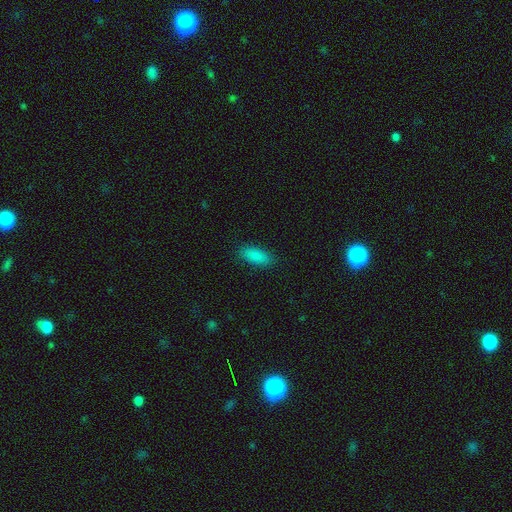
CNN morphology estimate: type=smooth (88%); roundness=in between (77%); merging=none (87%).